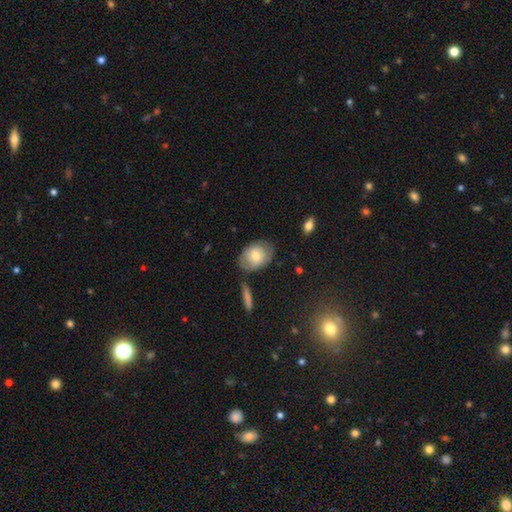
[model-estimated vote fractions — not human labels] Smooth or featured? Predicted: smooth (p=0.64). How rounded? Predicted: in between (p=0.74). Merging? Predicted: none (p=0.70).